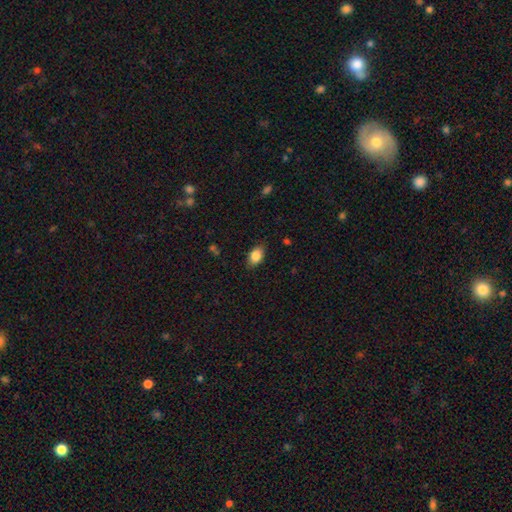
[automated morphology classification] smooth-or-featured: smooth: 86% | star or artifact: 8% | featured or disk: 6%
  how-rounded: in between: 87% | round: 11% | cigar-shaped: 2%
  merging: none: 84% | minor disturbance: 12% | major disturbance: 3% | merger: 1%